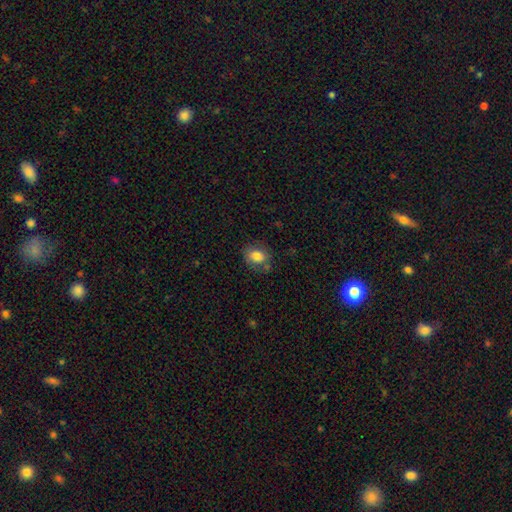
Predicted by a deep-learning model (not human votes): Smooth or featured? smooth (80%)
How rounded? in between (55%)
Merging? none (69%)